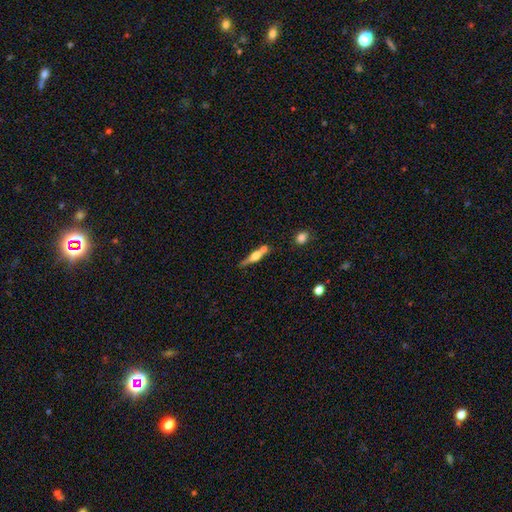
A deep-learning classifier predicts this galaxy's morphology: type=featured or disk (47%); merging=none (49%).